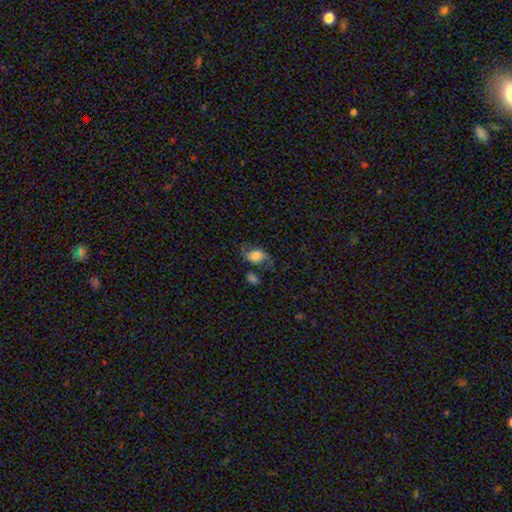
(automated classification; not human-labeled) This is likely a smooth galaxy (61%). How rounded: clearly in between (83%). Merging: possibly none (56%).